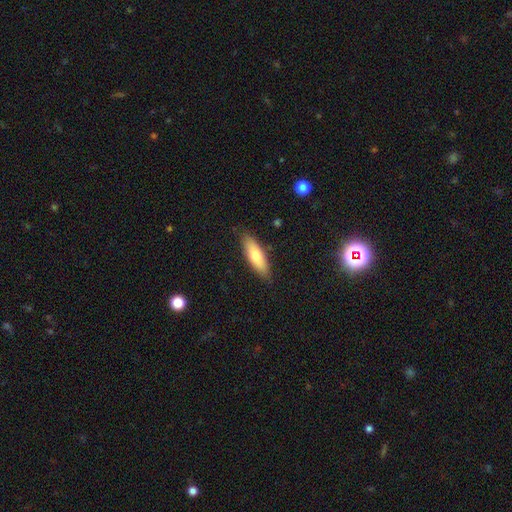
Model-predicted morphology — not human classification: Smooth or featured: smooth — 73% (featured or disk — 21%)
How rounded: in between — 52% (cigar-shaped — 46%)
Merging: none — 85% (minor disturbance — 12%)